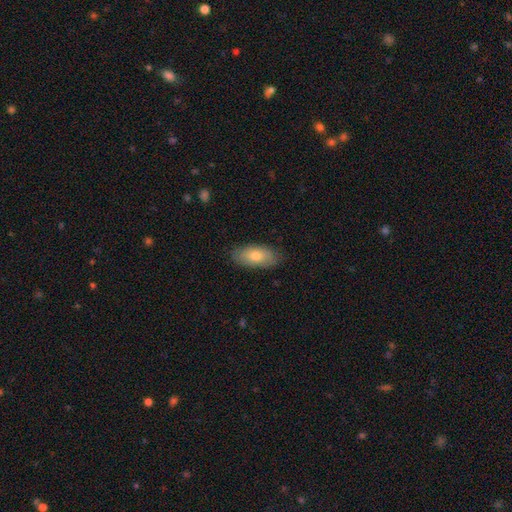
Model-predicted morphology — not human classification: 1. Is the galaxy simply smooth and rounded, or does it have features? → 75% smooth, 19% featured or disk, 6% star or artifact.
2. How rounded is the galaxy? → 89% in between, 9% cigar-shaped, 3% round.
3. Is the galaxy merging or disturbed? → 85% none, 12% minor disturbance, 2% major disturbance, 1% merger.